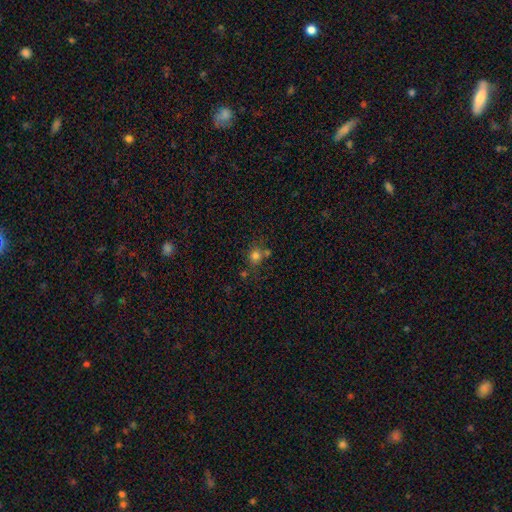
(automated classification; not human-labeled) Smooth or featured? Predicted: smooth (p=0.76). How rounded? Predicted: round (p=0.83). Merging? Predicted: none (p=0.59).